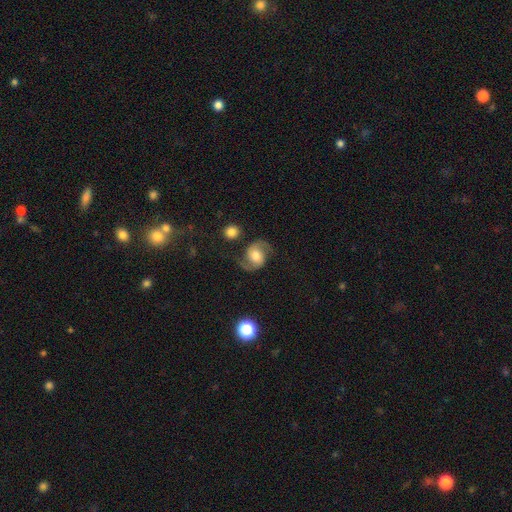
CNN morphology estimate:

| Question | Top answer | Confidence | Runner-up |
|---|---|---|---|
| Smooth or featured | featured or disk | 75% | smooth (17%) |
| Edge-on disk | no | 98% | yes (2%) |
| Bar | no | 55% | weak (35%) |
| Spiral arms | yes | 94% | no (6%) |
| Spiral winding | medium | 45% | loose (43%) |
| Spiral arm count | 2 | 93% | can't tell (2%) |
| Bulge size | moderate | 61% | large (23%) |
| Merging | none | 74% | minor disturbance (15%) |